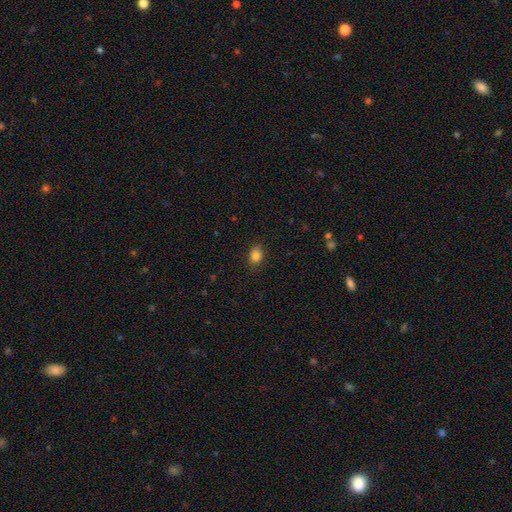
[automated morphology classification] This appears to be a smooth galaxy with no disk features (84%) that is in between round and cigar-shaped (68%). Merging: none (84%).